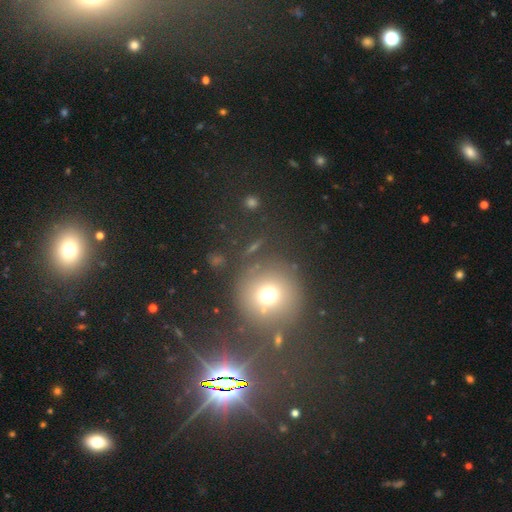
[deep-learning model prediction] Smooth or featured? smooth (45%)
Merging? none (74%)